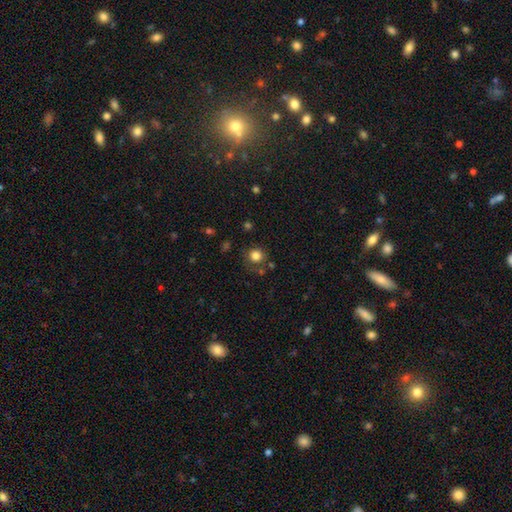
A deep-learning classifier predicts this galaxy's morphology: Smooth or featured: smooth — 81% (star or artifact — 12%)
How rounded: round — 90% (in between — 9%)
Merging: none — 75% (minor disturbance — 14%)